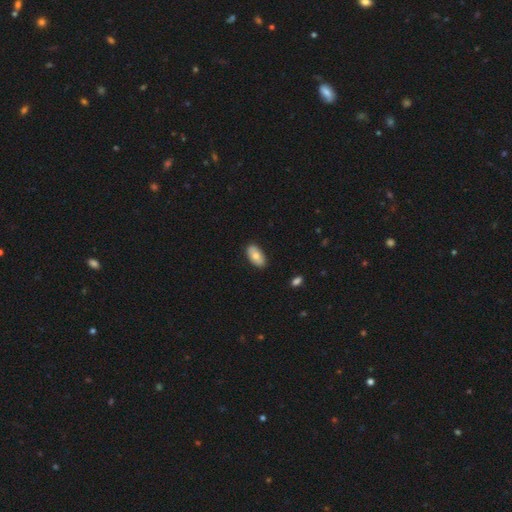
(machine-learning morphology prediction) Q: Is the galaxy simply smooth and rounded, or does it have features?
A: smooth — 74%.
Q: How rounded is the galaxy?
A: in between — 94%.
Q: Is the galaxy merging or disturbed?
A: none — 88%.